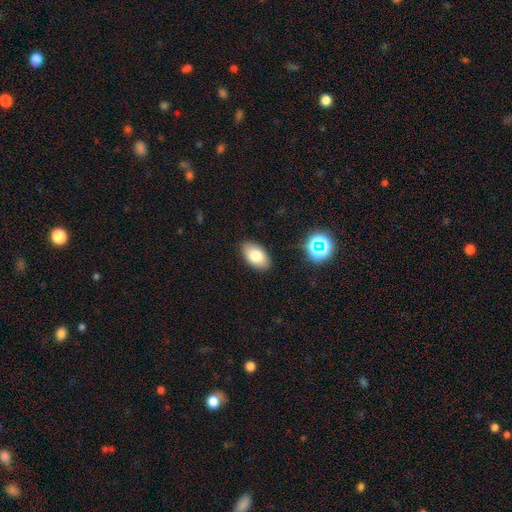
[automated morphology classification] smooth-or-featured: smooth: 80% | featured or disk: 11% | star or artifact: 9%
  how-rounded: in between: 94% | round: 5% | cigar-shaped: 1%
  merging: none: 87% | minor disturbance: 9% | major disturbance: 2% | merger: 1%